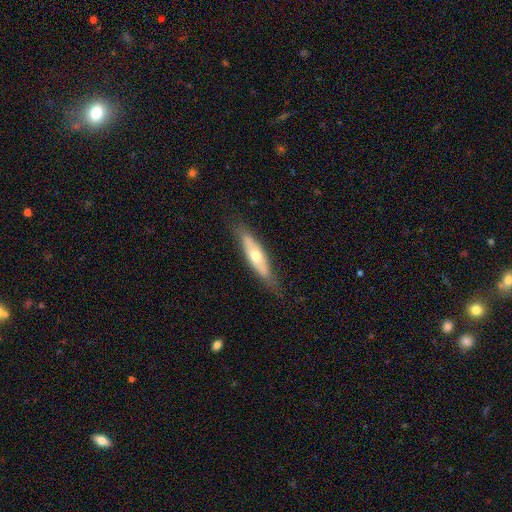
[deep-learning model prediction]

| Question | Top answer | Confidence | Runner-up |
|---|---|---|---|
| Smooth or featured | featured or disk | 48% | smooth (47%) |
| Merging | none | 76% | minor disturbance (18%) |